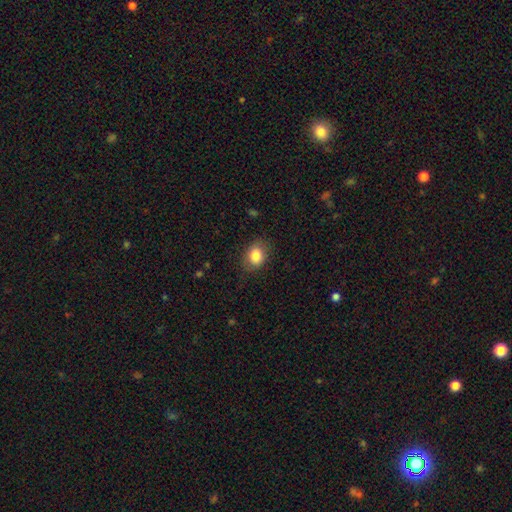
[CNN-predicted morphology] A smooth galaxy with no disk features (84%) that is in between round and cigar-shaped (68%).

Vote fractions:
- Smooth or featured? smooth: 84% / star or artifact: 8% / featured or disk: 7%
- How rounded? in between: 68% / round: 31% / cigar-shaped: 1%
- Merging? none: 79% / minor disturbance: 16% / major disturbance: 5% / merger: 1%